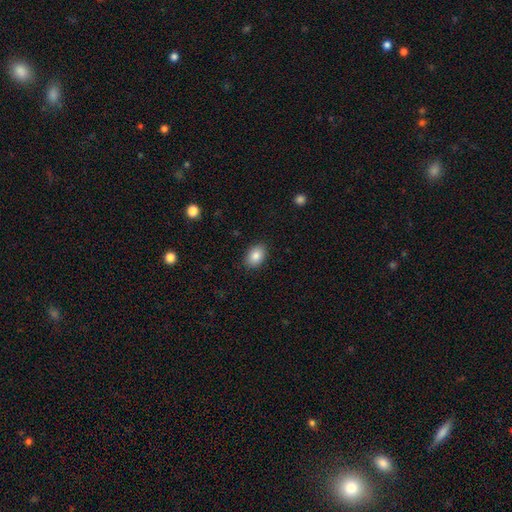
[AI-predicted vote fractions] smooth-or-featured: smooth: 86% | star or artifact: 8% | featured or disk: 6%
  how-rounded: in between: 82% | round: 17% | cigar-shaped: 1%
  merging: none: 88% | minor disturbance: 9% | major disturbance: 2% | merger: 1%